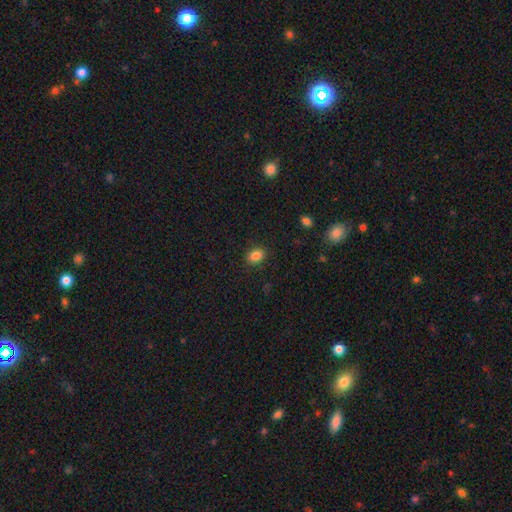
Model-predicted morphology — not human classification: The model was most divided on "how rounded": in between: 74%, round: 25%, cigar-shaped: 1%. More confident: merging — none (88%); smooth or featured — smooth (85%).